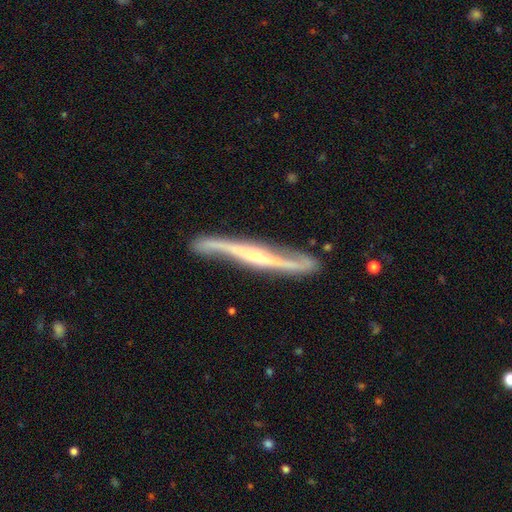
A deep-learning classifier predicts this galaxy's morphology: This appears to be a featured or disk galaxy (88%) viewed edge-on (63%) with a rounded central bulge (72%). Merging: none (75%).